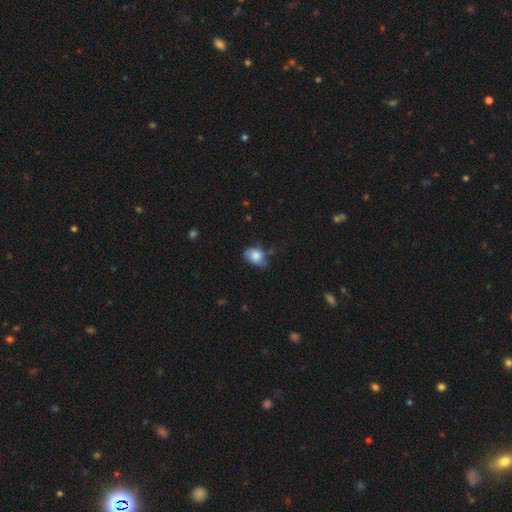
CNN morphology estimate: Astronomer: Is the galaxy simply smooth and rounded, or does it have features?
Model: smooth — 77%.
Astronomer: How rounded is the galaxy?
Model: in between — 70%.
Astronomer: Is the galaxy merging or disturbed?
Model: none — 43% (runner-up: minor disturbance, 39%).